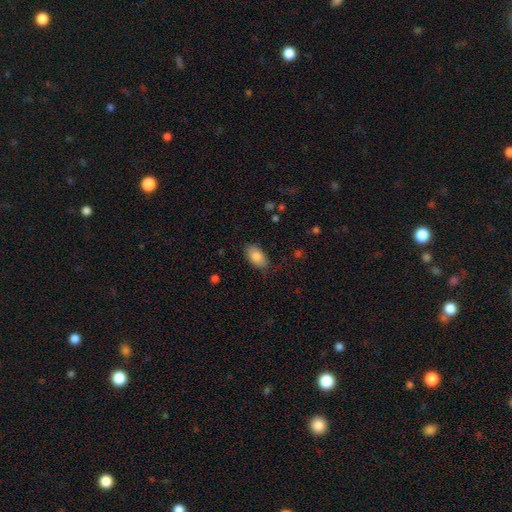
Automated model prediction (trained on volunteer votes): A smooth galaxy with no disk features (85%) that is in between round and cigar-shaped (93%). Merging: none (77%).